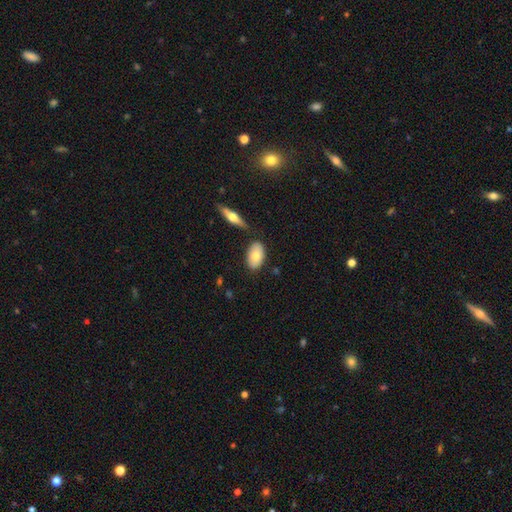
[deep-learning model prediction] This appears to be a smooth galaxy with no disk features (75%) that is in between round and cigar-shaped (93%). Merging: none (77%).